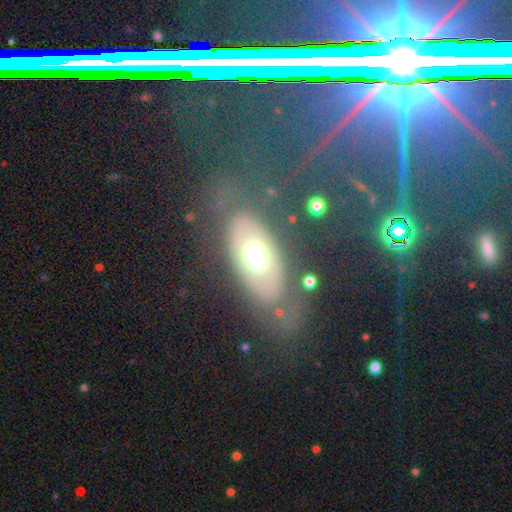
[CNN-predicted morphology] smooth 48%, featured or disk 40%, star or artifact 12%. Down the decision tree: merging — none (72%).